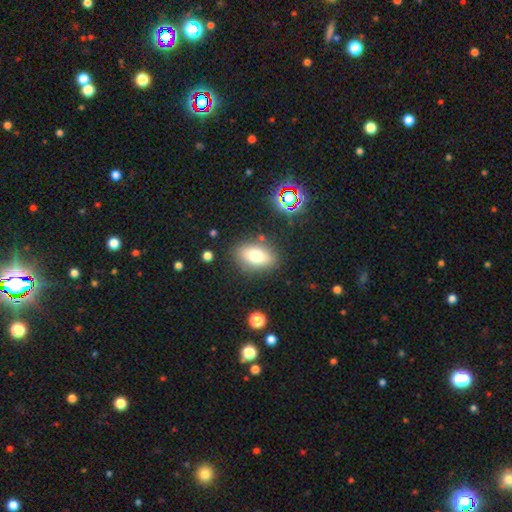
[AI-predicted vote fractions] Smooth or featured: smooth — 76% (featured or disk — 13%)
How rounded: in between — 86% (round — 10%)
Merging: none — 82% (minor disturbance — 12%)